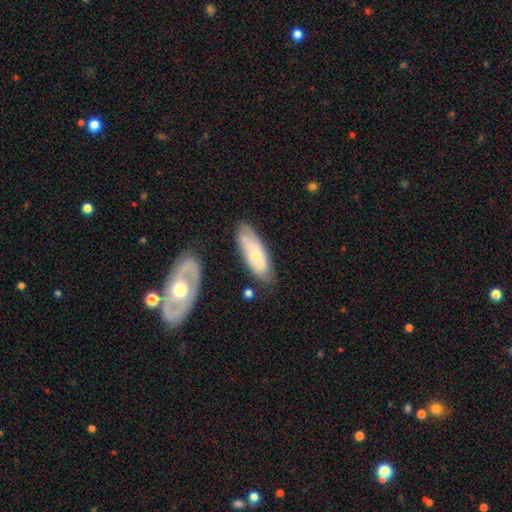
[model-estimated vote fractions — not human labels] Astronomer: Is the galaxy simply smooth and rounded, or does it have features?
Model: smooth — 54% (runner-up: featured or disk, 41%).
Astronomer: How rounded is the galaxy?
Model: in between — 66%.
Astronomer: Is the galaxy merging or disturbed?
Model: none — 69%.